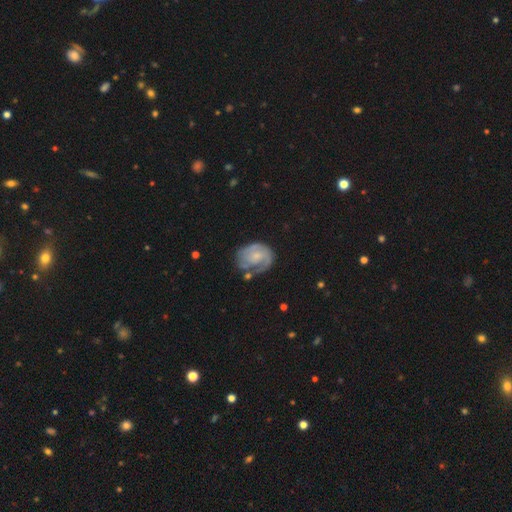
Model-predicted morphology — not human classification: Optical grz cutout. It shows a featured or disk galaxy (68%) with no bar (70%), 1 (32%, tied with 2) tight (52%) spiral arms (86%) and a small central bulge (59%). Merging: none (51%).